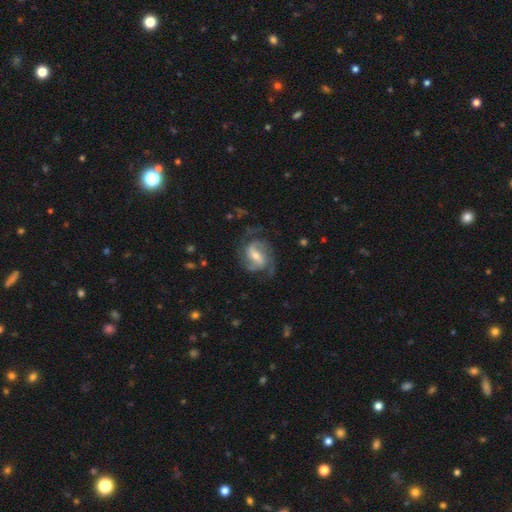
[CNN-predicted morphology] type=featured or disk (85%); edge-on=no (97%); bar=weak (45%); spiral arms=yes (95%); winding=medium (47%); arm count=2 (56%); bulge=moderate (49%); merging=none (64%).